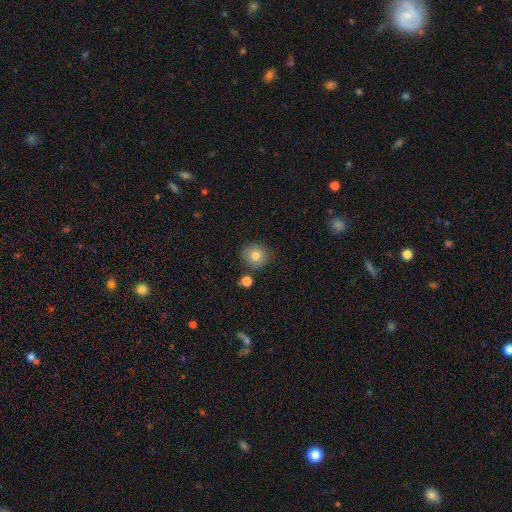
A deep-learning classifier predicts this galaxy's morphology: type=smooth (82%); roundness=round (88%); merging=none (82%).